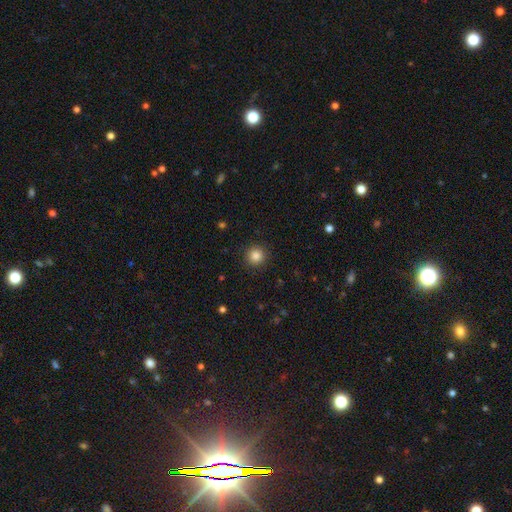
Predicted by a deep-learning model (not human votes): smooth 85%, star or artifact 11%, featured or disk 4%. Down the decision tree: how rounded — round (94%); merging — none (91%).